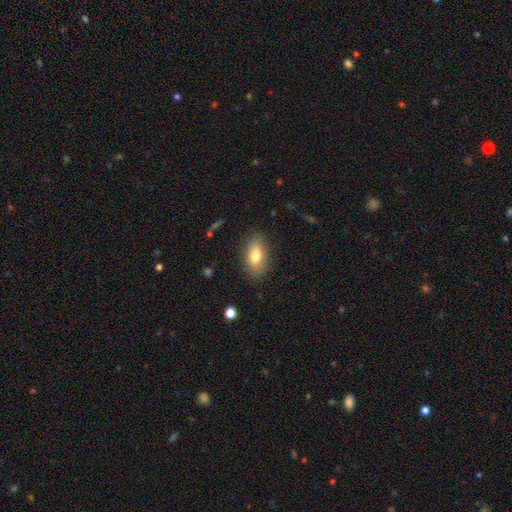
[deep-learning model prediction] This appears to be a smooth galaxy with no disk features (77%) that is in between round and cigar-shaped (87%). Merging: none (84%).